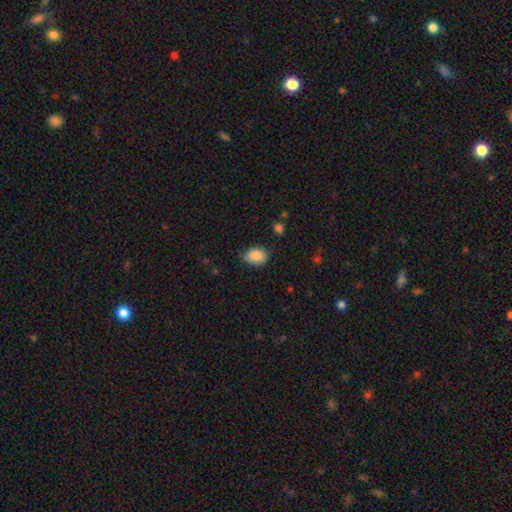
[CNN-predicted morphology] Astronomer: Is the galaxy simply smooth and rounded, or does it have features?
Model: smooth — 87%.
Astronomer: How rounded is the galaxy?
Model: in between — 72%.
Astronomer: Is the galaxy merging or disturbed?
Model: none — 68%.